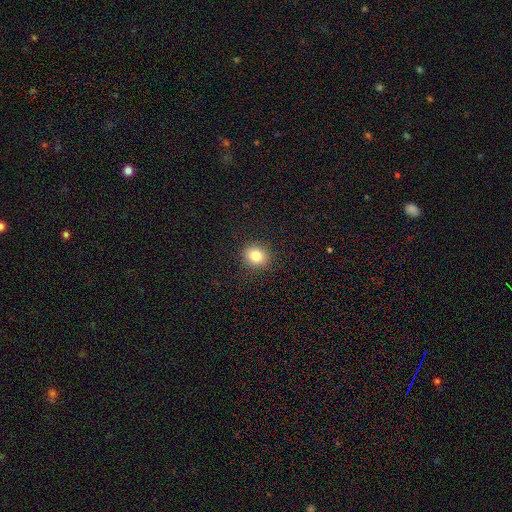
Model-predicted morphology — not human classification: Smooth or featured: smooth — 82% (star or artifact — 11%)
How rounded: round — 71% (in between — 28%)
Merging: none — 89% (minor disturbance — 7%)